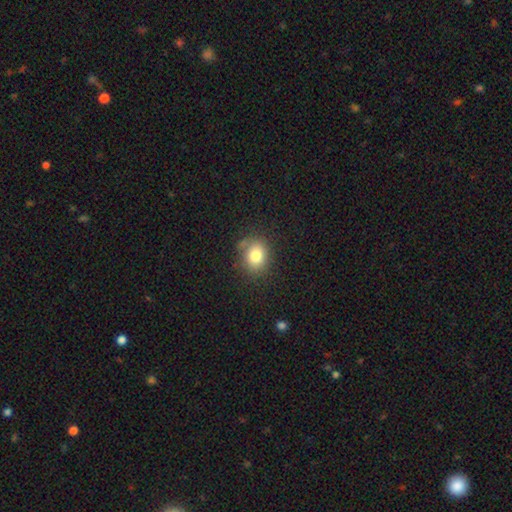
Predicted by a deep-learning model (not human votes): Overall: smooth (79%). How rounded: round (63%; in between 36%). Merging: none (73%).